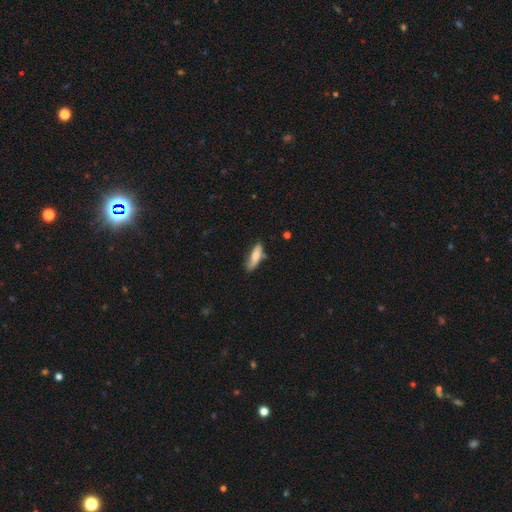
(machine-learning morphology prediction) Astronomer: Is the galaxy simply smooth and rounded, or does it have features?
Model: smooth — 75%.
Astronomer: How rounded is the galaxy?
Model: cigar-shaped — 53% (runner-up: in between, 45%).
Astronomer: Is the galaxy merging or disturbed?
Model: none — 65%.